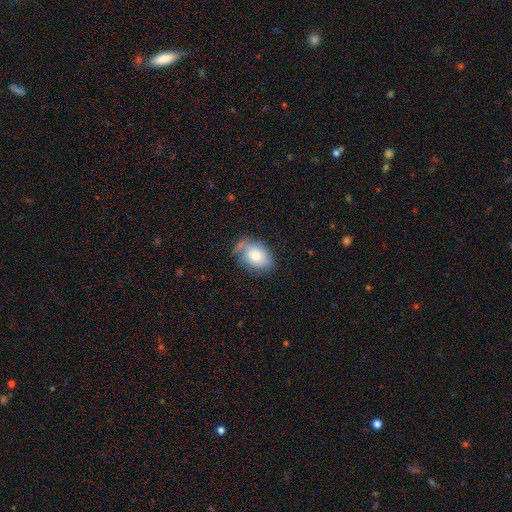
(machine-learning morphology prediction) Smooth or featured?
  - smooth: 57% *
  - featured or disk: 36%
  - star or artifact: 8%
How rounded?
  - in between: 77% *
  - round: 22%
  - cigar-shaped: 1%
Merging?
  - none: 52% *
  - minor disturbance: 30%
  - major disturbance: 14%
  - merger: 4%